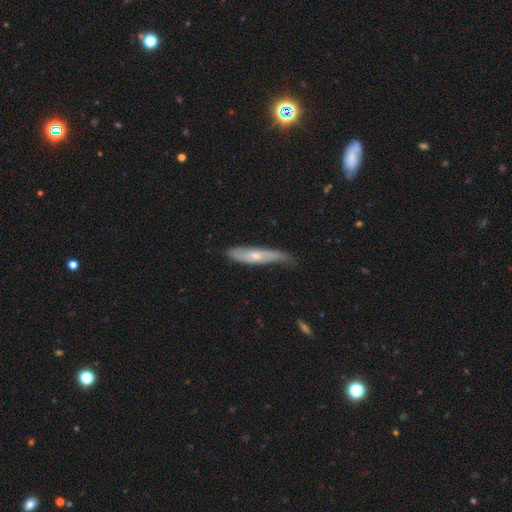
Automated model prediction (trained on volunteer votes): Smooth or featured? smooth (49%)
Merging? none (48%)